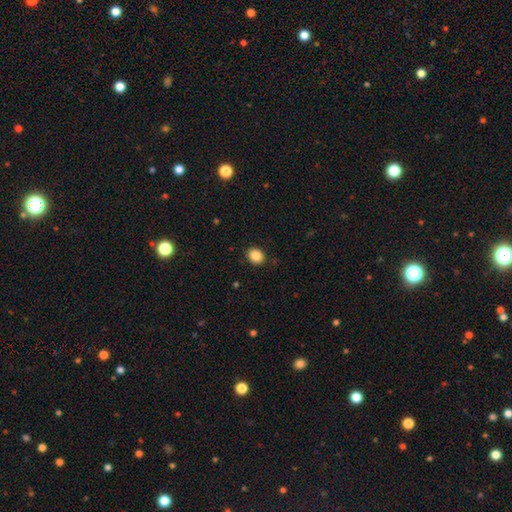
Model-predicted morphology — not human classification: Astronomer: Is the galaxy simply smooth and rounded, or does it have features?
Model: smooth — 88%.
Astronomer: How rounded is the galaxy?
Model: round — 60% (runner-up: in between, 40%).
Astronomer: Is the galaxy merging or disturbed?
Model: none — 89%.